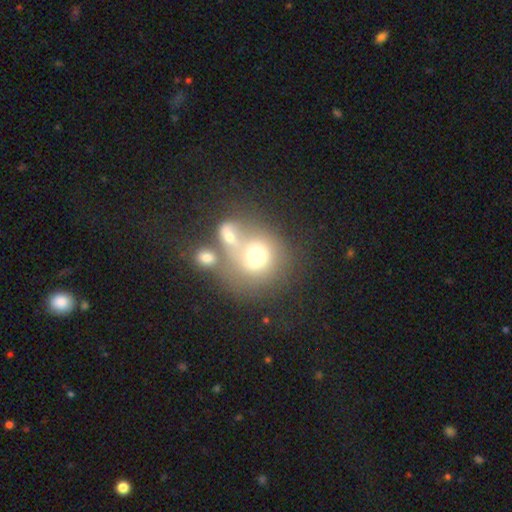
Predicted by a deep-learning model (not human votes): smooth-or-featured: smooth: 57% | featured or disk: 30% | star or artifact: 13%
  how-rounded: round: 76% | in between: 23% | cigar-shaped: 1%
  merging: merger: 54% | none: 24% | major disturbance: 12% | minor disturbance: 10%